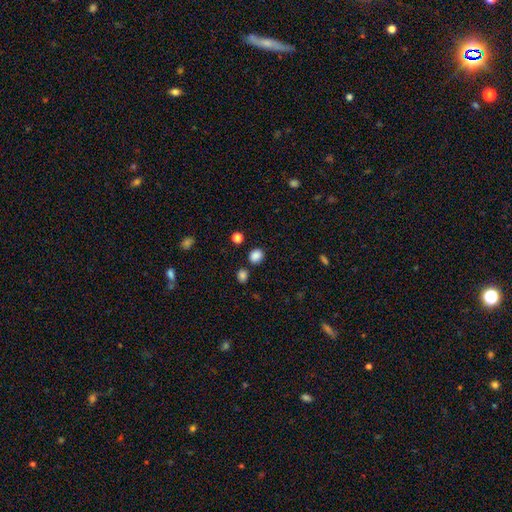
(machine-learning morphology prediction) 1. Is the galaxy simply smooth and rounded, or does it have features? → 85% smooth, 11% star or artifact, 4% featured or disk.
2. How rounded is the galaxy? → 63% round, 36% in between, 1% cigar-shaped.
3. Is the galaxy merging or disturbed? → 79% none, 10% minor disturbance, 8% merger, 3% major disturbance.